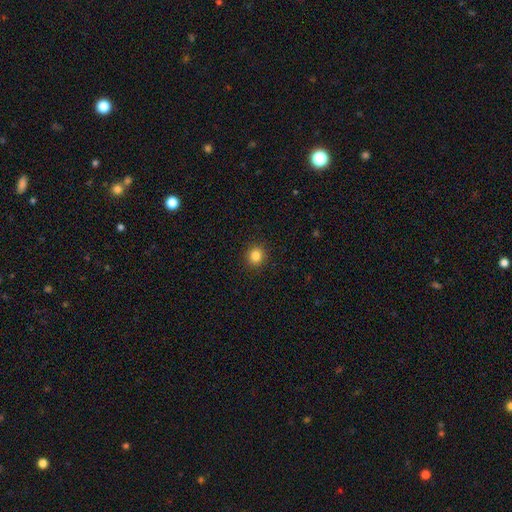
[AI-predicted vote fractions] Smooth or featured?
  - smooth: 84% *
  - star or artifact: 11%
  - featured or disk: 4%
How rounded?
  - round: 87% *
  - in between: 12%
  - cigar-shaped: 1%
Merging?
  - none: 91% *
  - minor disturbance: 6%
  - major disturbance: 2%
  - merger: 1%